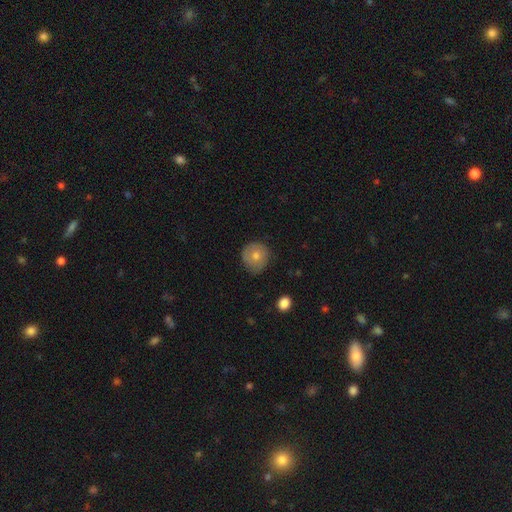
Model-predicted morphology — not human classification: smooth_or_featured: smooth (p=0.72) [alt: featured or disk p=0.20]
how_rounded: round (p=0.91) [alt: in between p=0.08]
merging: none (p=0.74) [alt: minor disturbance p=0.21]